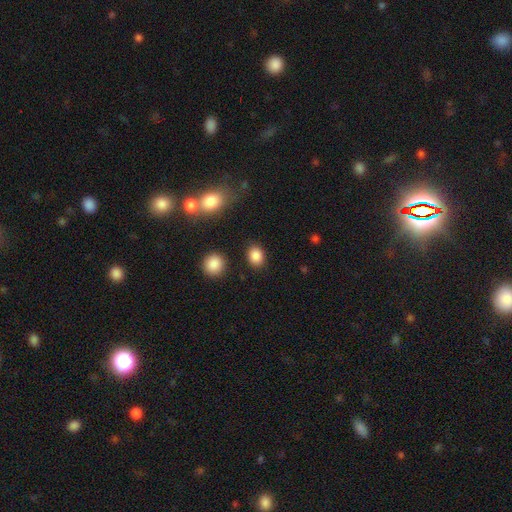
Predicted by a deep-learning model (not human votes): This is clearly a smooth galaxy (87%). How rounded: possibly in between (56%). Merging: clearly none (86%).